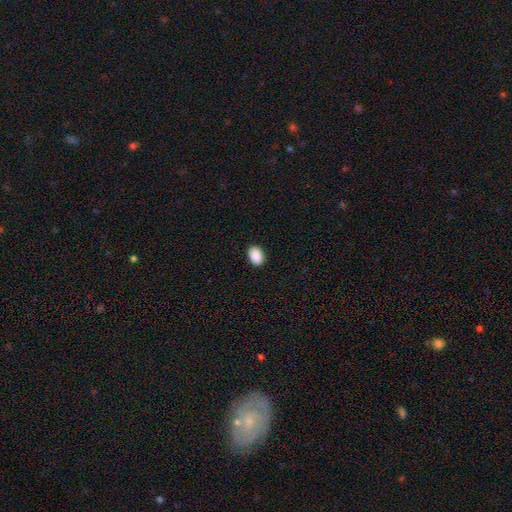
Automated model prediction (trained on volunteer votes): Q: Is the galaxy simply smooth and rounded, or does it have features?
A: smooth — 90%.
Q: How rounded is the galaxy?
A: in between — 81%.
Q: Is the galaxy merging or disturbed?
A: none — 90%.